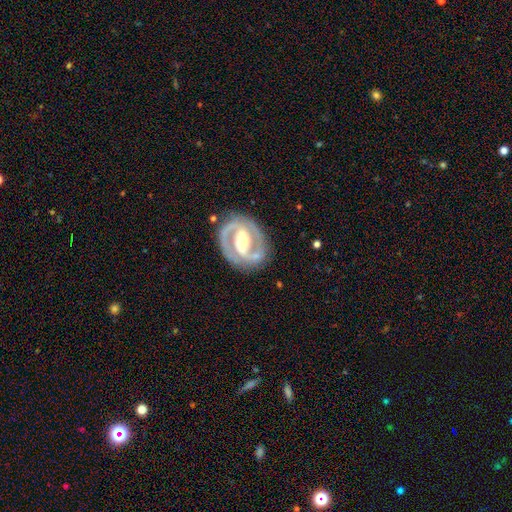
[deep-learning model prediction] smooth-or-featured: featured or disk: 89% | smooth: 7% | star or artifact: 4%
  disk-edge-on: no: 98% | yes: 2%
    bar: strong: 50% | weak: 33% | no: 17%
    has-spiral-arms: yes: 93% | no: 7%
      spiral-winding: medium: 47% | tight: 44% | loose: 9%
      spiral-arm-count: 2: 91% | can't tell: 3% | 1: 3% | 3: 1% | 4: 1% | more than 4: 1%
    bulge-size: moderate: 64% | large: 17% | small: 16% | none: 2% | dominant: 2%
  merging: none: 82% | minor disturbance: 12% | major disturbance: 4% | merger: 2%